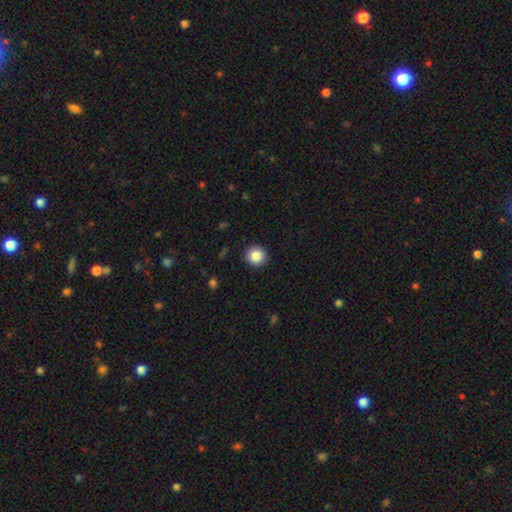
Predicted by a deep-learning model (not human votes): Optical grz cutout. It shows a smooth galaxy with no disk features (86%) that is round (95%). Merging: none (92%).